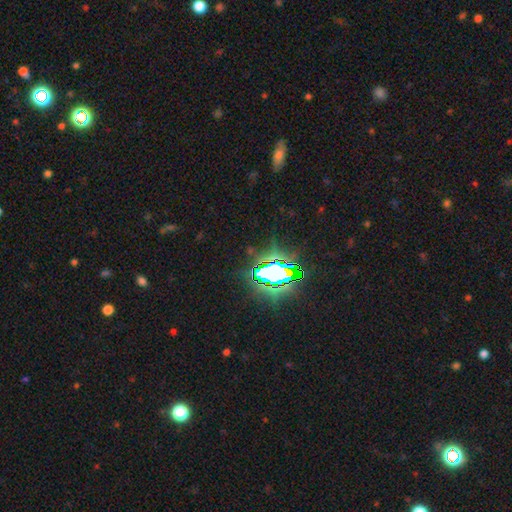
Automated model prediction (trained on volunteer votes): star or artifact 83%, smooth 11%, featured or disk 7%.